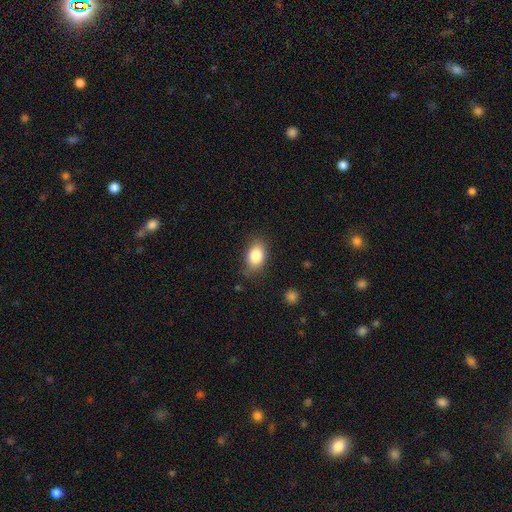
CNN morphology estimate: Smooth or featured?
  - smooth: 83% *
  - star or artifact: 8%
  - featured or disk: 8%
How rounded?
  - in between: 83% *
  - round: 15%
  - cigar-shaped: 2%
Merging?
  - none: 80% *
  - minor disturbance: 15%
  - major disturbance: 4%
  - merger: 1%